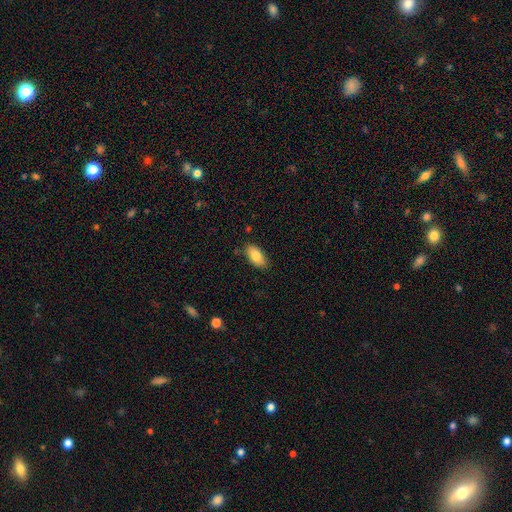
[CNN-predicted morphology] Smooth or featured?
  - smooth: 82% *
  - featured or disk: 11%
  - star or artifact: 7%
How rounded?
  - in between: 91% *
  - cigar-shaped: 6%
  - round: 3%
Merging?
  - none: 84% *
  - minor disturbance: 12%
  - major disturbance: 2%
  - merger: 2%